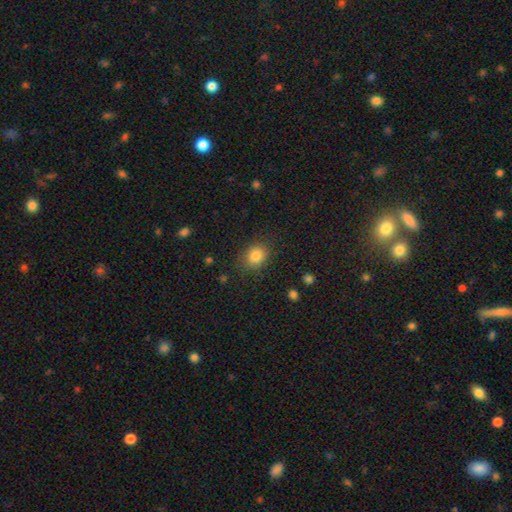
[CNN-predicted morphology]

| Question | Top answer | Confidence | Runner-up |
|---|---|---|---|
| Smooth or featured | smooth | 84% | star or artifact (10%) |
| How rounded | round | 57% | in between (42%) |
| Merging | none | 84% | minor disturbance (11%) |